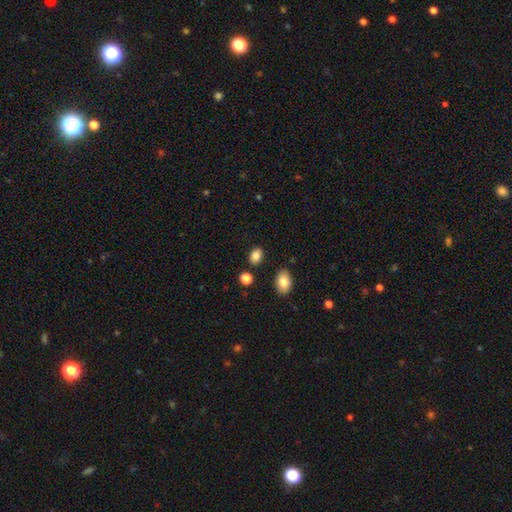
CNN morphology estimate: smooth 85%, star or artifact 10%, featured or disk 5%. Down the decision tree: how rounded — in between (71%); merging — none (84%).